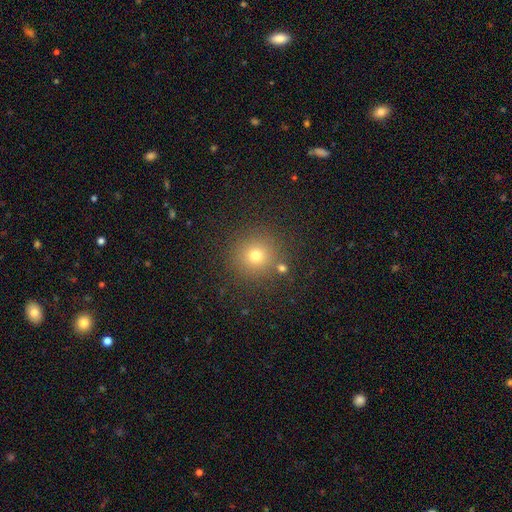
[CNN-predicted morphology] This is likely a smooth galaxy (71%). How rounded: clearly round (95%). Merging: clearly none (85%).